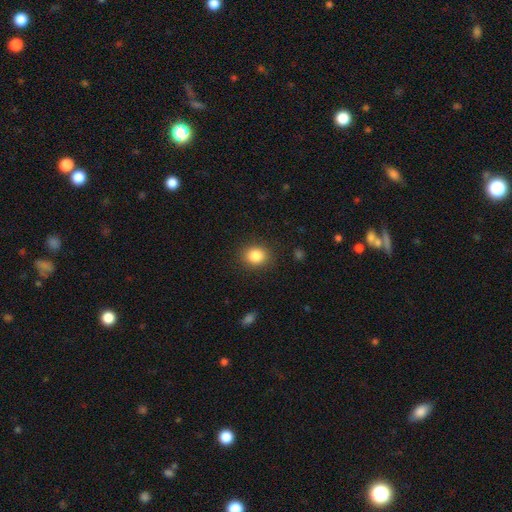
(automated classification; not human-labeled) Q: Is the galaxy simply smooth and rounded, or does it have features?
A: smooth — 85%.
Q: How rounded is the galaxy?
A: round — 66%.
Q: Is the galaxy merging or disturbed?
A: none — 88%.